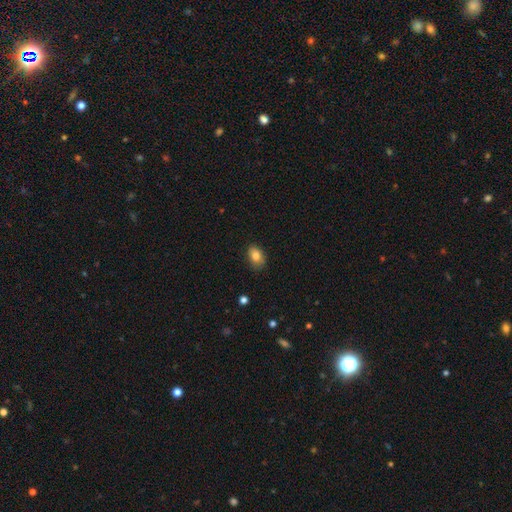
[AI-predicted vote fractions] smooth-or-featured: smooth: 82% | featured or disk: 9% | star or artifact: 9%
  how-rounded: in between: 79% | round: 20% | cigar-shaped: 1%
  merging: none: 80% | minor disturbance: 16% | major disturbance: 3% | merger: 1%